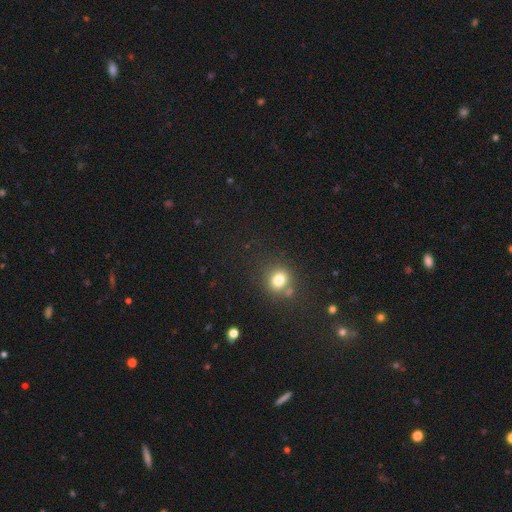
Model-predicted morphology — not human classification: smooth-or-featured: smooth: 56% | star or artifact: 38% | featured or disk: 6%
  how-rounded: round: 82% | in between: 17% | cigar-shaped: 2%
  merging: none: 86% | minor disturbance: 8% | major disturbance: 3% | merger: 2%